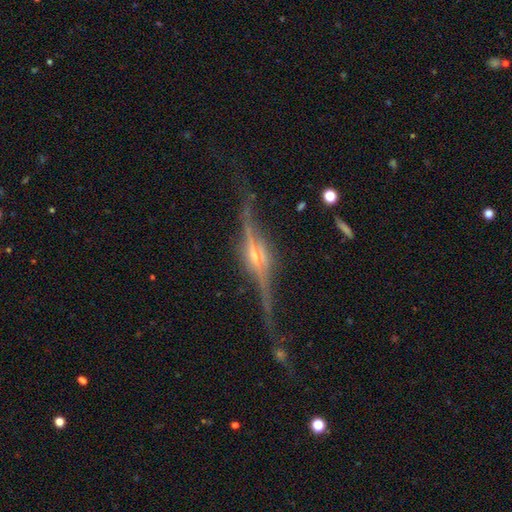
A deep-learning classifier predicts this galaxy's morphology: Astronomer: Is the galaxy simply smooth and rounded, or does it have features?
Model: featured or disk — 89%.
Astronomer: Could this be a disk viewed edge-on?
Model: yes — 96%.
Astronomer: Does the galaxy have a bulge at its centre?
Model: rounded — 81%.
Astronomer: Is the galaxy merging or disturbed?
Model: none — 78%.